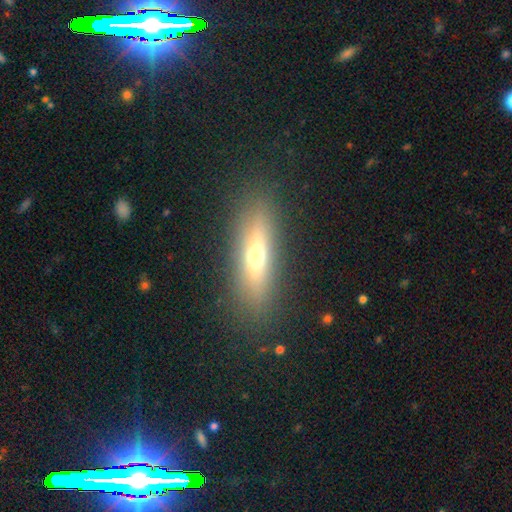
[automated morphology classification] A smooth galaxy with no disk features (52%) that is cigar-shaped (63%).

Vote fractions:
- Smooth or featured? smooth: 52% / featured or disk: 39% / star or artifact: 10%
- How rounded? cigar-shaped: 63% / in between: 33% / round: 3%
- Merging? none: 87% / minor disturbance: 9% / major disturbance: 3% / merger: 1%